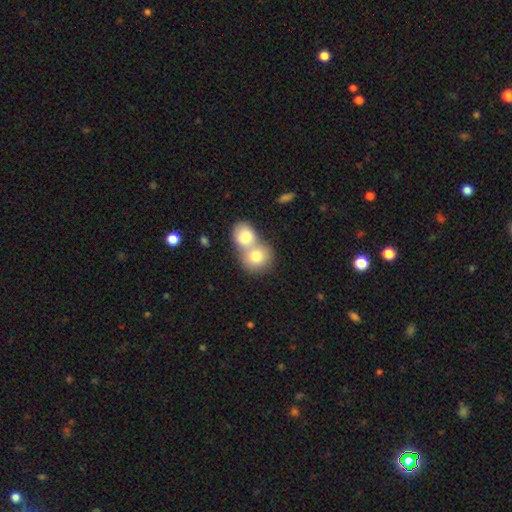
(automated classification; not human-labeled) A smooth galaxy with no disk features (76%) that is round (72%). Merging: merger (69%).